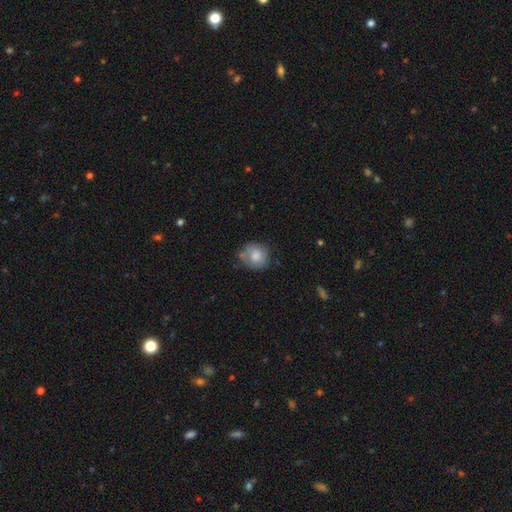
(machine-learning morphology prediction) Smooth or featured? smooth (76%)
How rounded? round (81%)
Merging? none (59%)